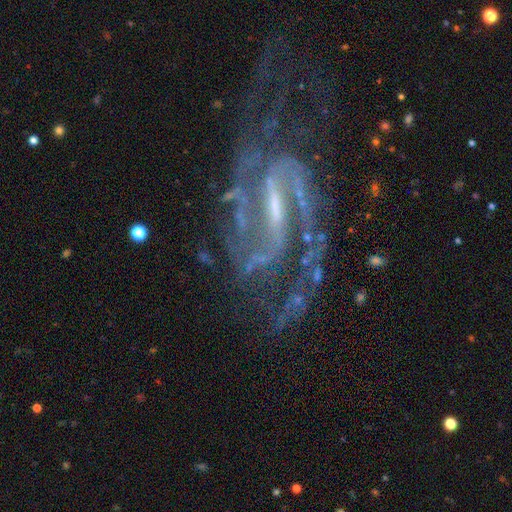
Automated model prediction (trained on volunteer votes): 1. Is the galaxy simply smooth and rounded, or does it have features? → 91% featured or disk, 6% star or artifact, 3% smooth.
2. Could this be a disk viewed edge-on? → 95% no, 5% yes.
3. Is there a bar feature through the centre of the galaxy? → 63% strong, 29% weak, 8% no.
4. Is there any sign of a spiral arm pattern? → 97% yes, 3% no.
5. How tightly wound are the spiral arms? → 53% medium, 23% tight, 23% loose.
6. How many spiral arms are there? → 81% 2, 6% can't tell, 5% 3, 3% 1, 3% 4, 3% more than 4.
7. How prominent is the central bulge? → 52% small, 25% moderate, 19% none, 3% large, 1% dominant.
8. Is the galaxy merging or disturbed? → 57% none, 21% major disturbance, 18% minor disturbance, 3% merger.